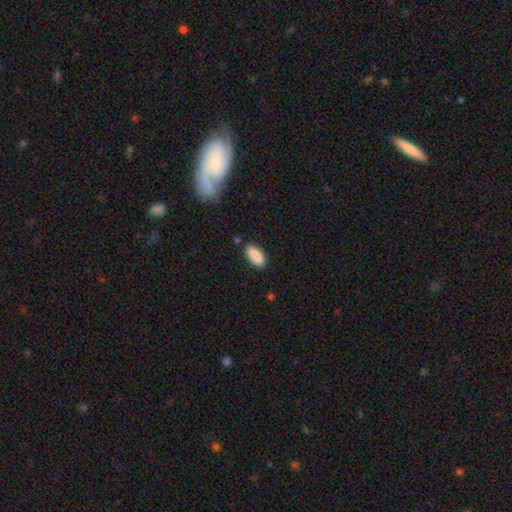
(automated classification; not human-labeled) smooth-or-featured: smooth: 89% | star or artifact: 7% | featured or disk: 5%
  how-rounded: in between: 83% | cigar-shaped: 14% | round: 2%
  merging: none: 83% | minor disturbance: 12% | merger: 3% | major disturbance: 2%